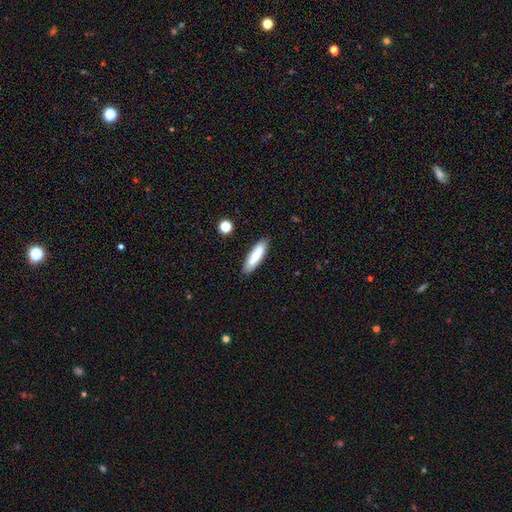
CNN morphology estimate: type=smooth (81%); roundness=cigar-shaped (65%); merging=none (85%).